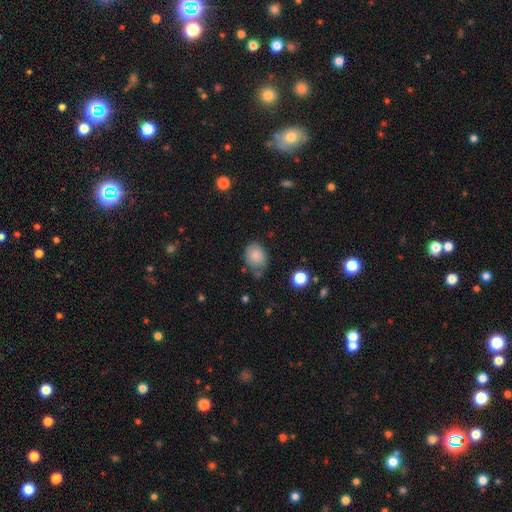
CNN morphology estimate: type=smooth (84%); roundness=in between (53%); merging=none (62%).